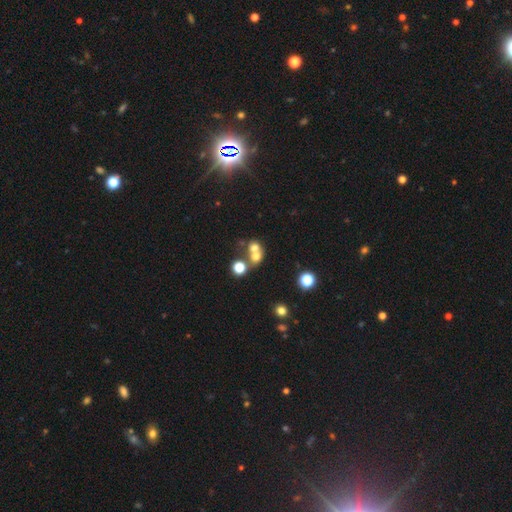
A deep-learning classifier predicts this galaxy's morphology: Smooth or featured? smooth (64%)
How rounded? round (73%)
Merging? merger (58%)